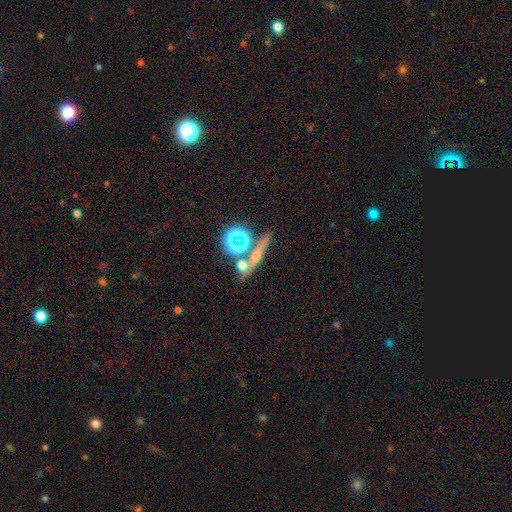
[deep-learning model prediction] The model was most divided on "smooth or featured": star or artifact: 35%, featured or disk: 33%, smooth: 32%.